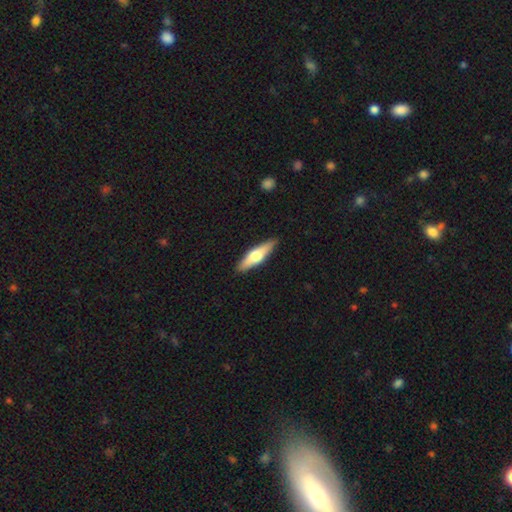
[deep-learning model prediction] A smooth galaxy with no disk features (51%) that is cigar-shaped (64%).

Vote fractions:
- Smooth or featured? smooth: 51% / featured or disk: 44% / star or artifact: 5%
- How rounded? cigar-shaped: 64% / in between: 34% / round: 2%
- Merging? none: 90% / minor disturbance: 8% / major disturbance: 2% / merger: 1%